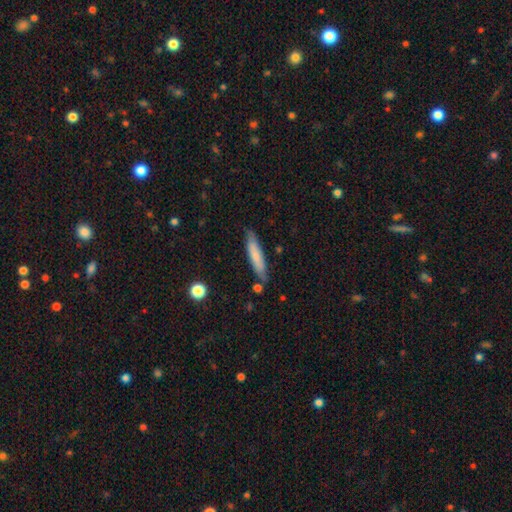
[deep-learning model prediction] smooth 71%, featured or disk 23%, star or artifact 6%. Down the decision tree: how rounded — cigar-shaped (84%); merging — none (80%).